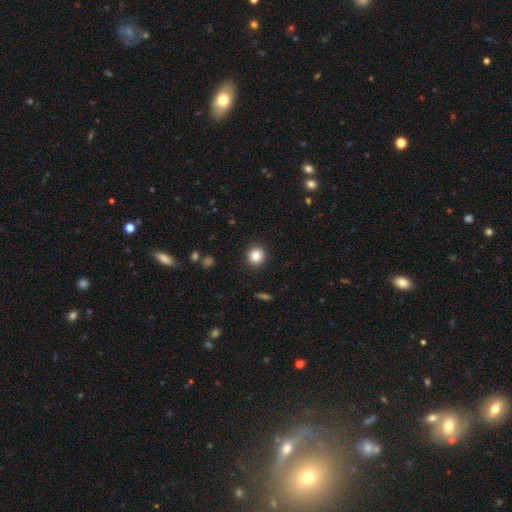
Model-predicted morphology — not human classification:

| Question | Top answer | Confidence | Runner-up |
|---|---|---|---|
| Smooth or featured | smooth | 84% | star or artifact (10%) |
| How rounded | round | 88% | in between (11%) |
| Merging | none | 91% | minor disturbance (6%) |